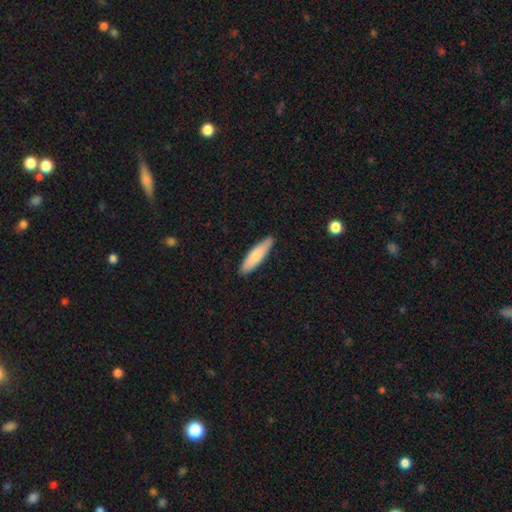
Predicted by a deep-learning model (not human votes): Smooth or featured?
  - smooth: 78% *
  - featured or disk: 17%
  - star or artifact: 5%
How rounded?
  - cigar-shaped: 69% *
  - in between: 29%
  - round: 1%
Merging?
  - none: 88% *
  - minor disturbance: 10%
  - major disturbance: 2%
  - merger: 1%